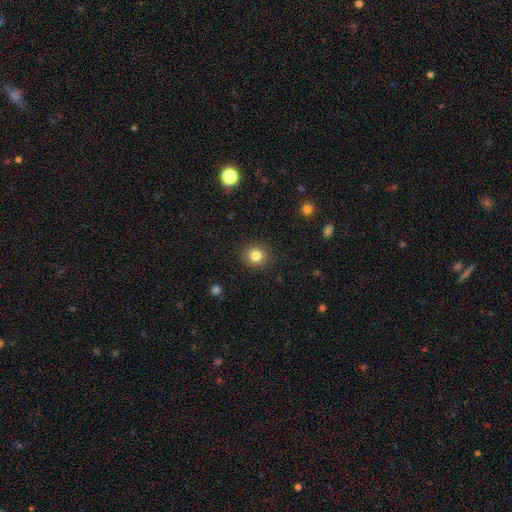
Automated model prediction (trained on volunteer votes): Smooth or featured?
  - smooth: 82% *
  - star or artifact: 12%
  - featured or disk: 7%
How rounded?
  - round: 89% *
  - in between: 10%
  - cigar-shaped: 1%
Merging?
  - none: 90% *
  - minor disturbance: 6%
  - major disturbance: 2%
  - merger: 1%